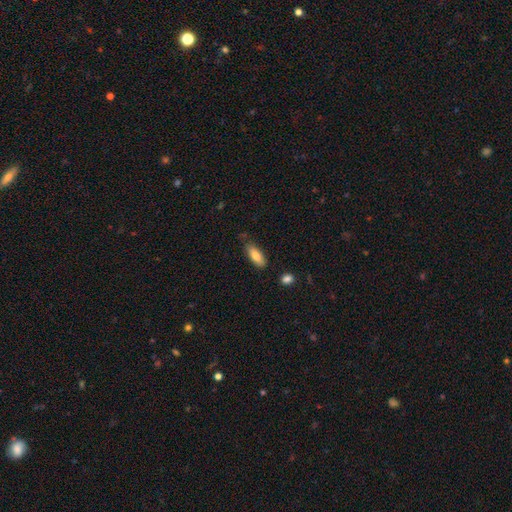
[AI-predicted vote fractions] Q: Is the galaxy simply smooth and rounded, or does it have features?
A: smooth — 81%.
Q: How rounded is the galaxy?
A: in between — 70%.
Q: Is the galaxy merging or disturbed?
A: none — 76%.